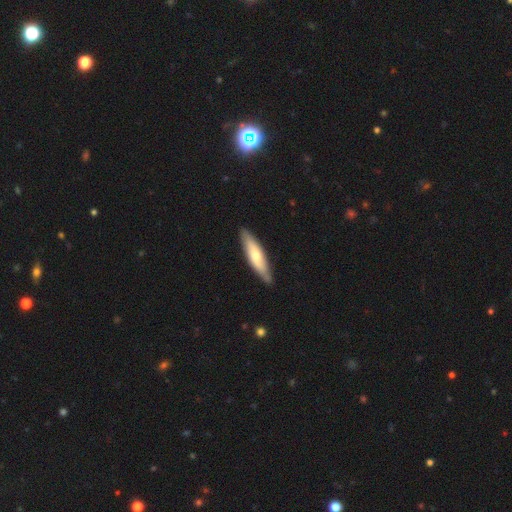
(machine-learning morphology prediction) Overall: smooth (61%; featured or disk 34%). How rounded: cigar-shaped (74%). Merging: none (86%).